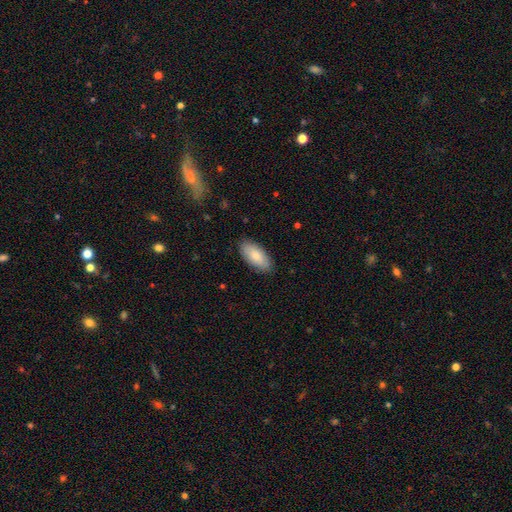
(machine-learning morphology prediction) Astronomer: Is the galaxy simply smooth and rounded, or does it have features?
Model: smooth — 83%.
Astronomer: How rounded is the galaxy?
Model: in between — 92%.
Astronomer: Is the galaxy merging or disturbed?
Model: none — 87%.